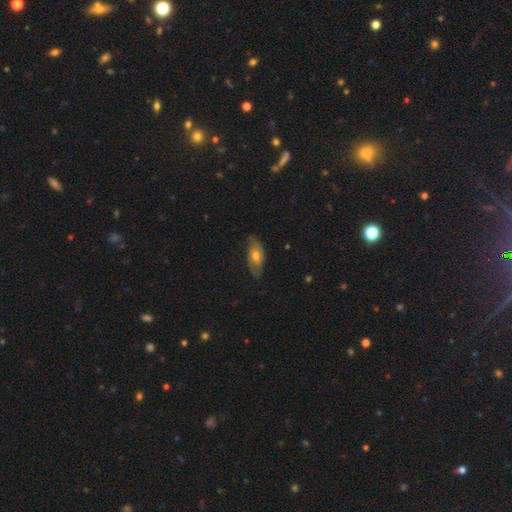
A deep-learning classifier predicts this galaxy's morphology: The model was most divided on "smooth or featured": featured or disk: 54%, smooth: 39%, star or artifact: 7%. More confident: edge-on disk — no (86%); merging — none (75%).